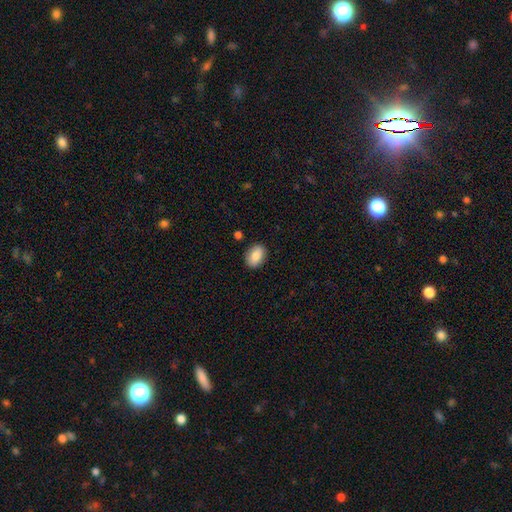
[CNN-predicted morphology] A smooth galaxy with no disk features (86%) that is in between round and cigar-shaped (81%).

Vote fractions:
- Smooth or featured? smooth: 86% / star or artifact: 7% / featured or disk: 6%
- How rounded? in between: 81% / round: 18% / cigar-shaped: 1%
- Merging? none: 86% / minor disturbance: 10% / major disturbance: 2% / merger: 2%